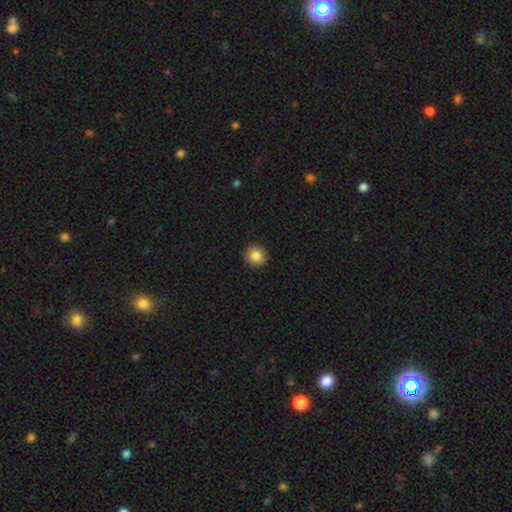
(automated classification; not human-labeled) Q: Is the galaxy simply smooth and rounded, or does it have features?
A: smooth — 85%.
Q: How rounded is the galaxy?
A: round — 91%.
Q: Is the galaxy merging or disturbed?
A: none — 92%.